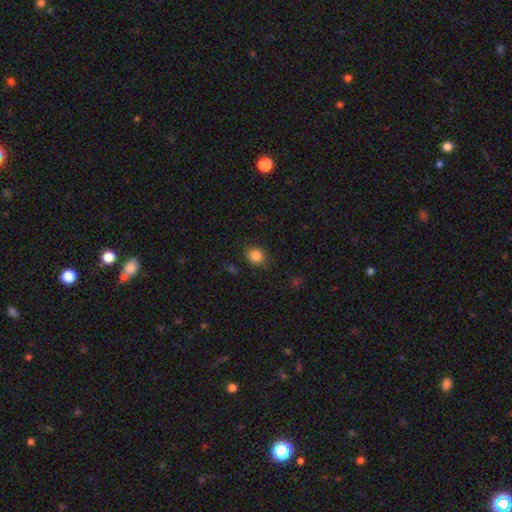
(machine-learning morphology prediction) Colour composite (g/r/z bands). It shows a smooth galaxy with no disk features (85%) that is round (72%). Merging: none (81%).